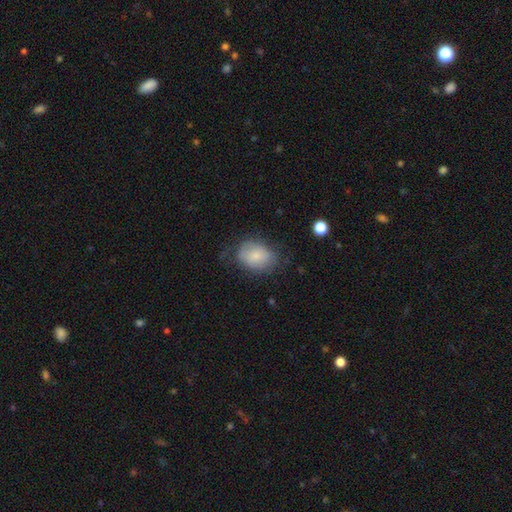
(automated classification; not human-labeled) Smooth or featured? Predicted: smooth (p=0.77). How rounded? Predicted: in between (p=0.64). Merging? Predicted: none (p=0.59).